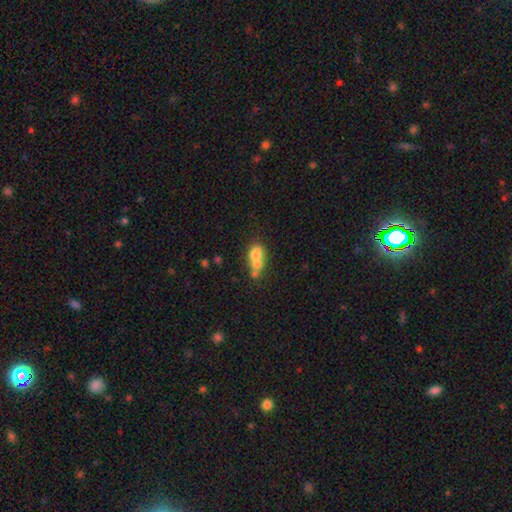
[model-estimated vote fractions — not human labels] smooth-or-featured: smooth: 63% | featured or disk: 25% | star or artifact: 12%
  how-rounded: in between: 61% | round: 35% | cigar-shaped: 4%
  merging: merger: 57% | none: 26% | minor disturbance: 10% | major disturbance: 6%